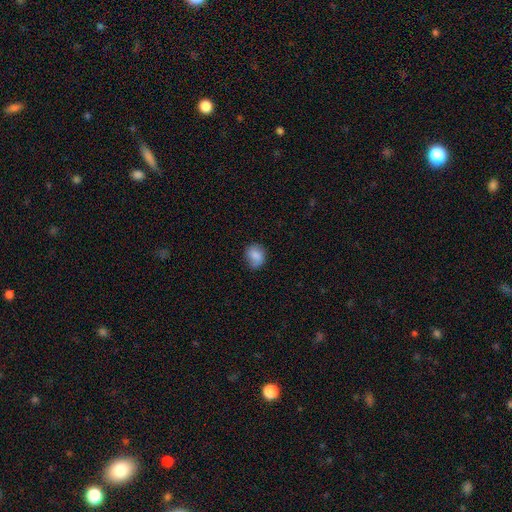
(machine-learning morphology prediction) Smooth or featured? smooth (82%)
How rounded? round (59%)
Merging? none (70%)